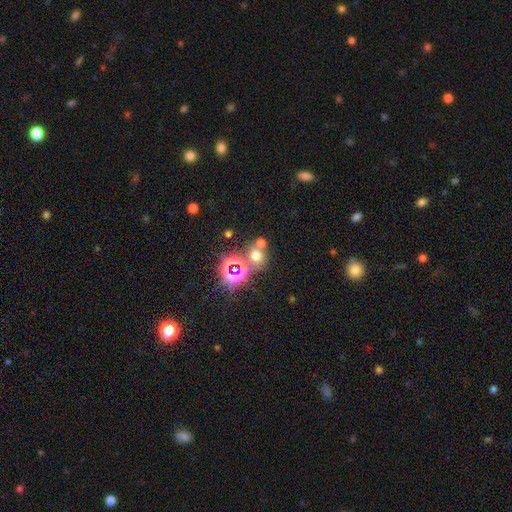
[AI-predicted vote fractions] Overall: smooth (52%; star or artifact 38%). How rounded: round (78%). Merging: none (59%; merger 28%).